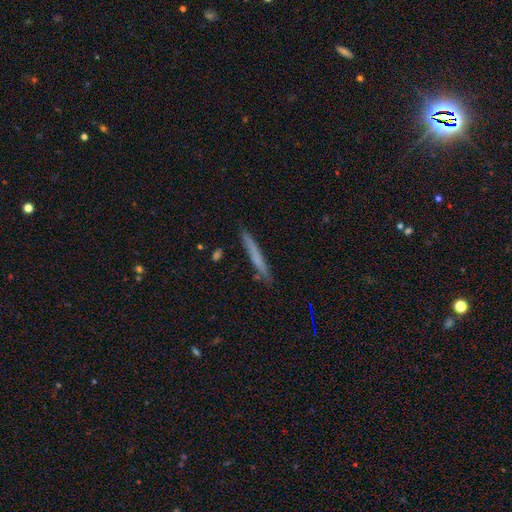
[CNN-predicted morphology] This appears to be a smooth galaxy with no disk features (61%) that is cigar-shaped (96%). Merging: none (87%).